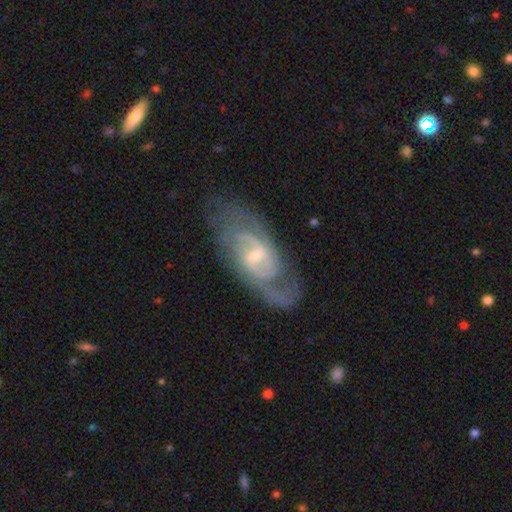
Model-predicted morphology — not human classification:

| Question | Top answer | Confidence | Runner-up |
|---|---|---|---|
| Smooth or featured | featured or disk | 87% | smooth (8%) |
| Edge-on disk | no | 94% | yes (6%) |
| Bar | weak | 56% | no (26%) |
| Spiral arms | yes | 96% | no (4%) |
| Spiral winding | medium | 49% | tight (35%) |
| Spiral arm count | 2 | 72% | can't tell (13%) |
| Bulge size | small | 61% | moderate (35%) |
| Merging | none | 74% | minor disturbance (16%) |